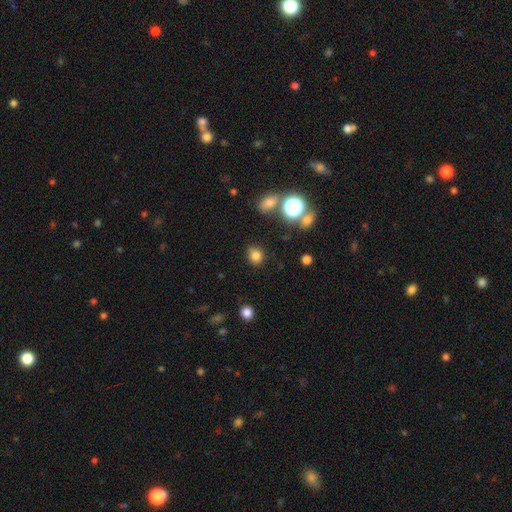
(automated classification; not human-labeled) The model was most divided on "how rounded": round: 73%, in between: 26%, cigar-shaped: 1%. More confident: merging — none (83%); smooth or featured — smooth (79%).